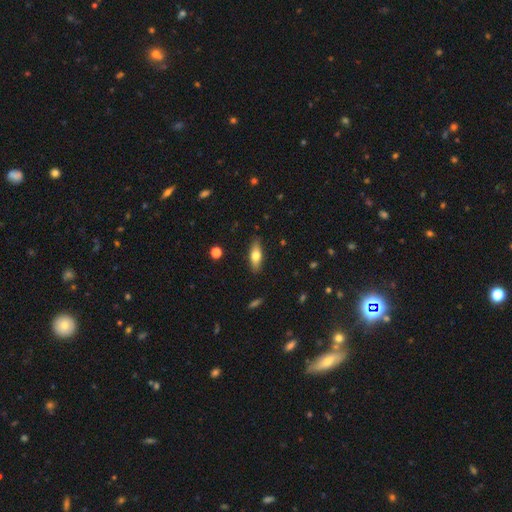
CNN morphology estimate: Smooth or featured: smooth — 66% (featured or disk — 27%)
How rounded: in between — 64% (cigar-shaped — 33%)
Merging: none — 87% (minor disturbance — 10%)